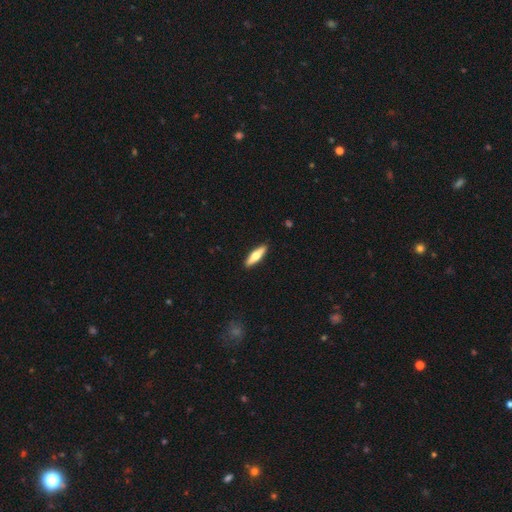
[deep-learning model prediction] This is possibly a smooth galaxy (56%). How rounded: likely cigar-shaped (66%). Merging: clearly none (91%).